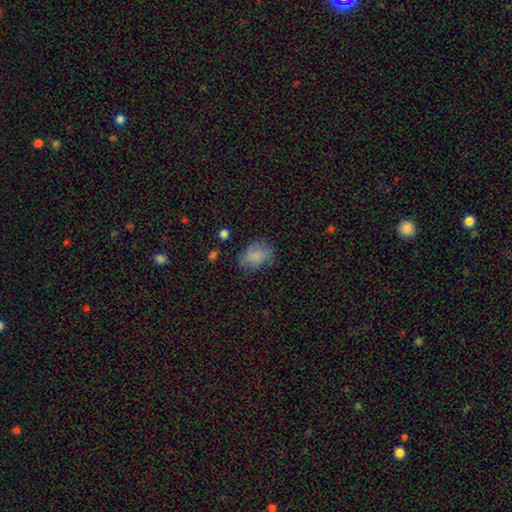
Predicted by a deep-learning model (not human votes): A smooth galaxy with no disk features (79%) that is in between round and cigar-shaped (77%). Merging: none (62%).